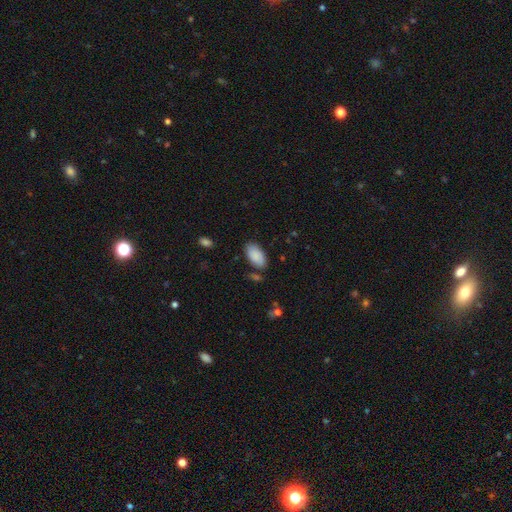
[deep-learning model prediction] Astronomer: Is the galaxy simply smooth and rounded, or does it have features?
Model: smooth — 87%.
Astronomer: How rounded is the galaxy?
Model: in between — 95%.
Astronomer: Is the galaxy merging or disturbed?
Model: none — 78%.